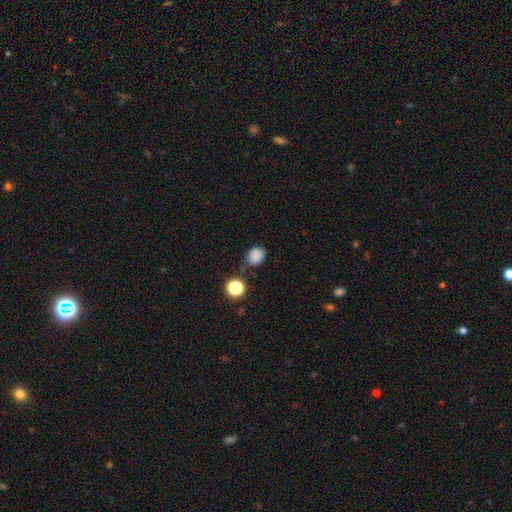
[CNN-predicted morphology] Smooth or featured? smooth (83%)
How rounded? round (52%)
Merging? none (72%)